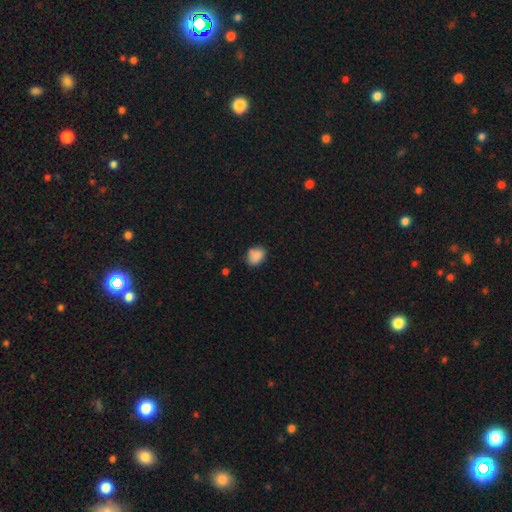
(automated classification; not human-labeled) smooth 86%, star or artifact 9%, featured or disk 5%. Down the decision tree: how rounded — in between (55%); merging — none (70%).